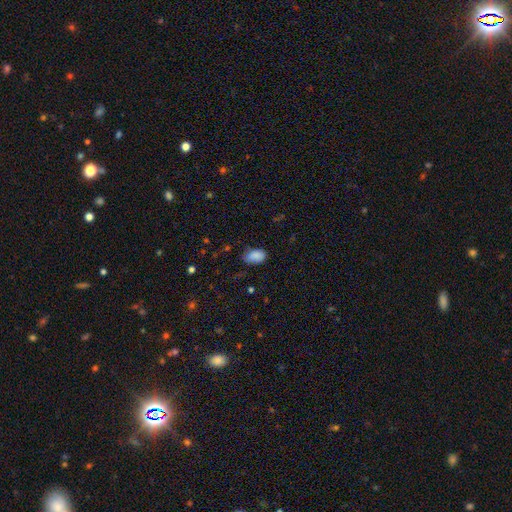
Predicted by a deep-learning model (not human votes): A smooth galaxy with no disk features (87%) that is in between round and cigar-shaped (89%). Merging: none (67%).